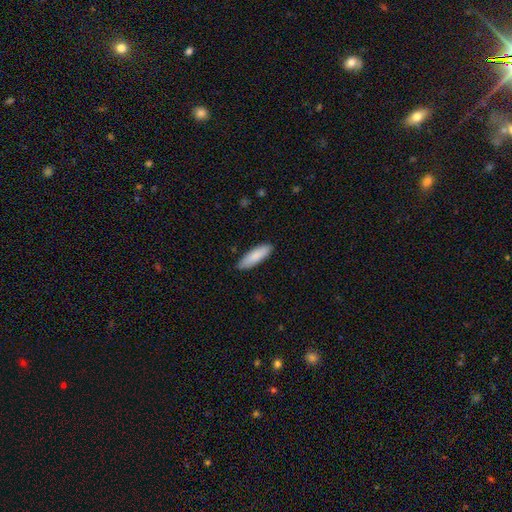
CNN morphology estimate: A smooth galaxy with no disk features (88%) that is cigar-shaped (56%). Merging: none (88%).